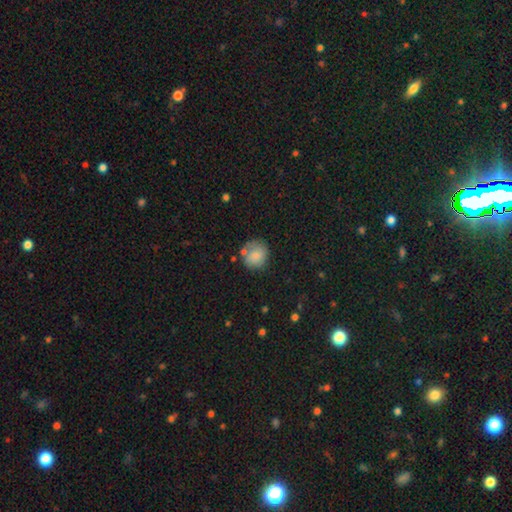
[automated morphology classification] Smooth or featured: smooth — 81% (featured or disk — 11%)
How rounded: round — 78% (in between — 21%)
Merging: none — 61% (minor disturbance — 22%)